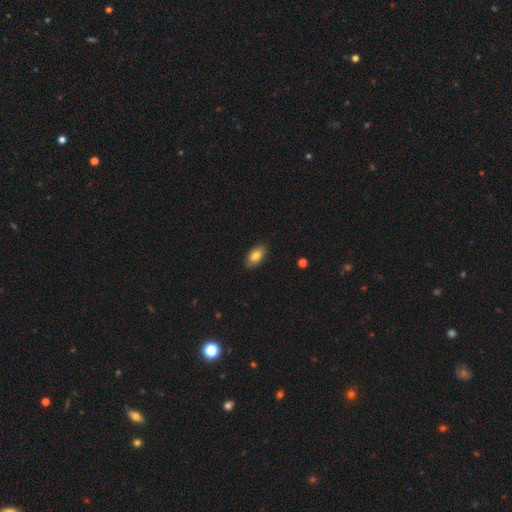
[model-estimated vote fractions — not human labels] Smooth or featured? Predicted: smooth (p=0.83). How rounded? Predicted: in between (p=0.92). Merging? Predicted: none (p=0.87).